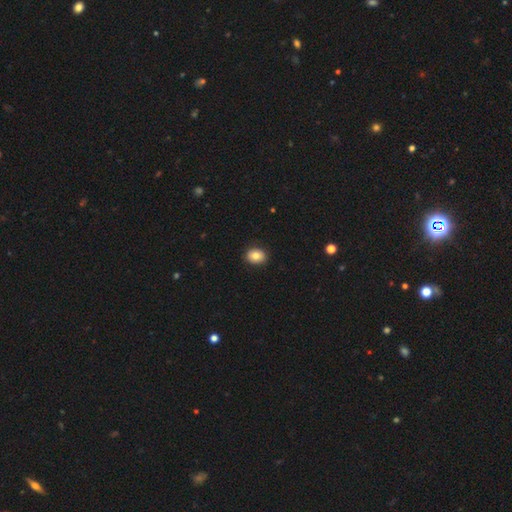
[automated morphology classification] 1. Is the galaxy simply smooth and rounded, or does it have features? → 83% smooth, 9% star or artifact, 8% featured or disk.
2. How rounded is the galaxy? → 50% in between, 49% round, 1% cigar-shaped.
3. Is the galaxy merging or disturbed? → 90% none, 7% minor disturbance, 2% major disturbance, 1% merger.